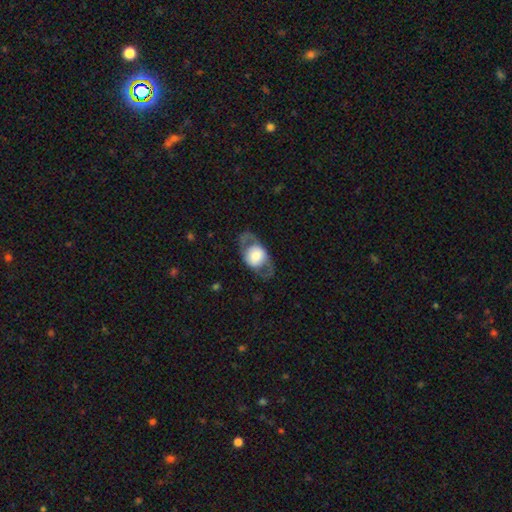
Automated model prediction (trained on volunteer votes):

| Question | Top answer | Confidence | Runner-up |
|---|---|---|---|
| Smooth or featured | featured or disk | 56% | smooth (38%) |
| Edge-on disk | no | 81% | yes (19%) |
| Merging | none | 71% | minor disturbance (14%) |